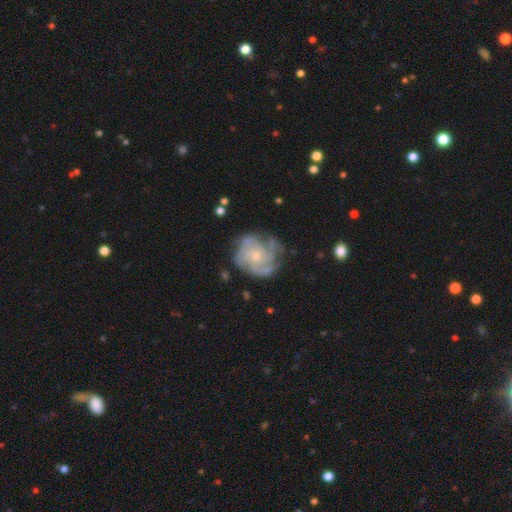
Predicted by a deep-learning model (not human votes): smooth_or_featured: featured or disk (p=0.83) [alt: smooth p=0.11]
disk_edge_on: no (p=0.98) [alt: yes p=0.02]
bar: no (p=0.78) [alt: weak p=0.19]
has_spiral_arms: yes (p=0.94) [alt: no p=0.06]
spiral_winding: tight (p=0.61) [alt: medium p=0.31]
spiral_arm_count: can't tell (p=0.28) [alt: 4 p=0.26]
bulge_size: small (p=0.66) [alt: moderate p=0.29]
merging: none (p=0.67) [alt: minor disturbance p=0.21]